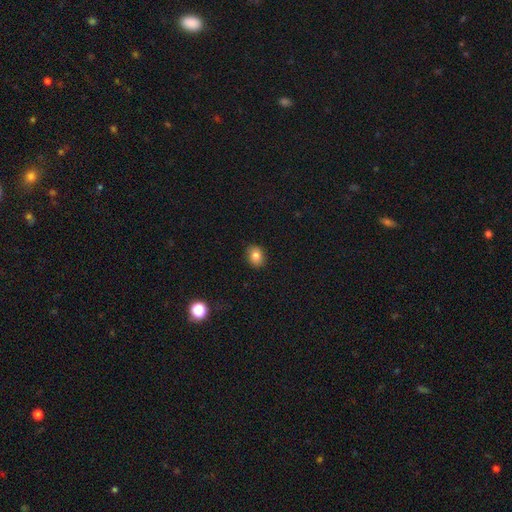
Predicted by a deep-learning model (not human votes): smooth_or_featured: smooth (p=0.83) [alt: star or artifact p=0.10]
how_rounded: in between (p=0.50) [alt: round p=0.49]
merging: none (p=0.89) [alt: minor disturbance p=0.08]